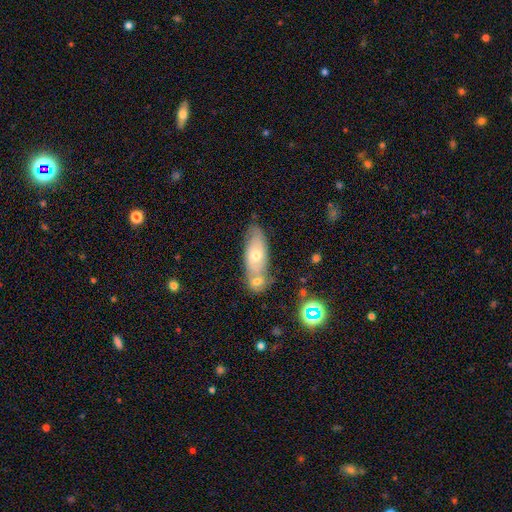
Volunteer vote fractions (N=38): This is likely a smooth galaxy (63%). How rounded: possibly in between (54%). Merging: possibly merger (51%).